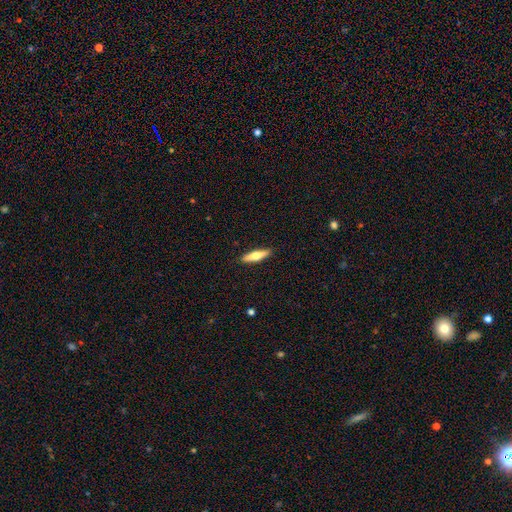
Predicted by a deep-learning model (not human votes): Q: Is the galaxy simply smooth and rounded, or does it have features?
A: smooth — 57%.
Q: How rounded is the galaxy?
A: cigar-shaped — 75%.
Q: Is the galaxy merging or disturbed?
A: none — 91%.